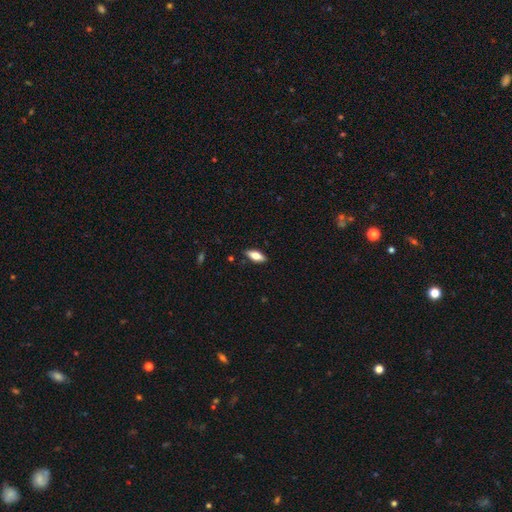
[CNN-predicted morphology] Overall: smooth (67%). How rounded: in between (73%). Merging: none (87%).